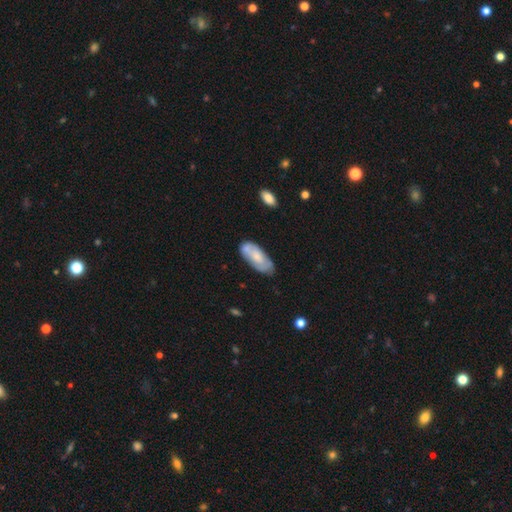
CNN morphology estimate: smooth_or_featured: smooth (p=0.54) [alt: featured or disk p=0.40]
how_rounded: in between (p=0.82) [alt: cigar-shaped p=0.15]
merging: none (p=0.63) [alt: minor disturbance p=0.25]